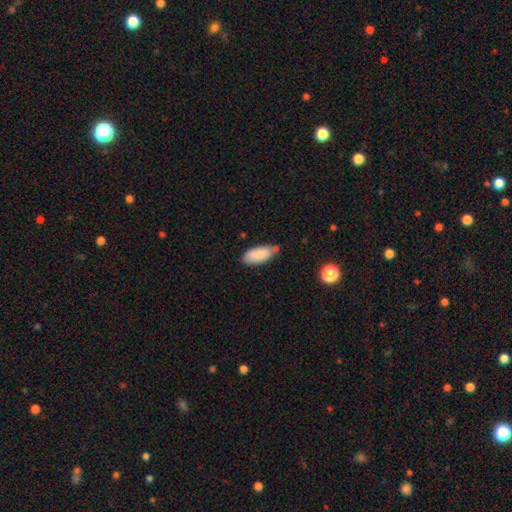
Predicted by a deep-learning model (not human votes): The model was most divided on "merging": none: 62%, minor disturbance: 27%, merger: 6%, major disturbance: 5%. More confident: smooth or featured — smooth (86%); how rounded — in between (85%).